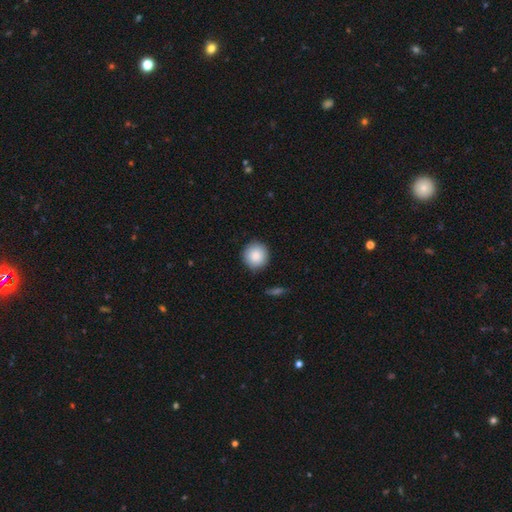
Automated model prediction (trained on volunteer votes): smooth-or-featured: smooth: 88% | star or artifact: 7% | featured or disk: 5%
  how-rounded: round: 93% | in between: 6% | cigar-shaped: 1%
  merging: none: 88% | minor disturbance: 9% | major disturbance: 2% | merger: 1%